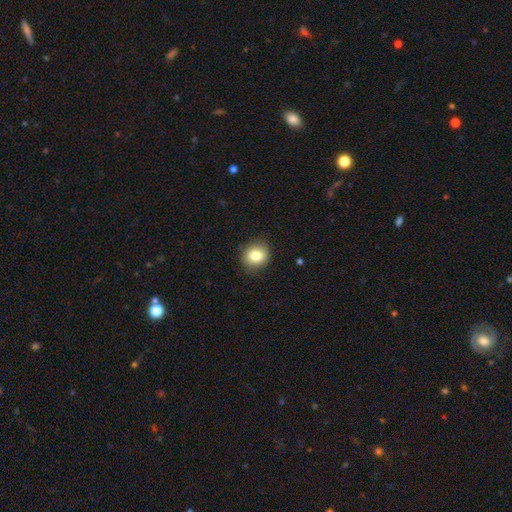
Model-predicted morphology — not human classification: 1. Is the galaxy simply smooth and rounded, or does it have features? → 83% smooth, 9% star or artifact, 8% featured or disk.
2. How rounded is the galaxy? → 76% round, 23% in between, 1% cigar-shaped.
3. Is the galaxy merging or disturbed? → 85% none, 12% minor disturbance, 3% major disturbance, 1% merger.